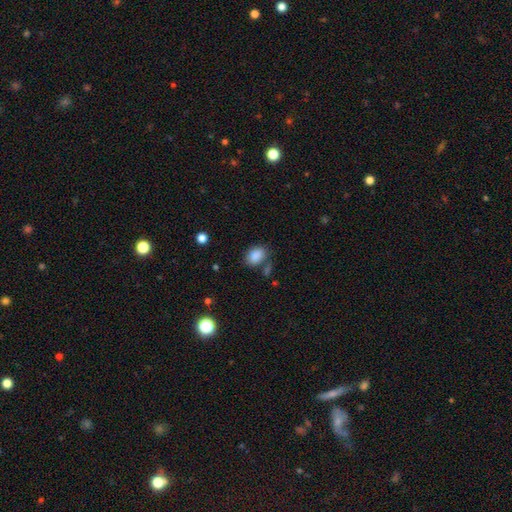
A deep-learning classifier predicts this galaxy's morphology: Overall: smooth (86%). How rounded: in between (73%). Merging: none (70%).